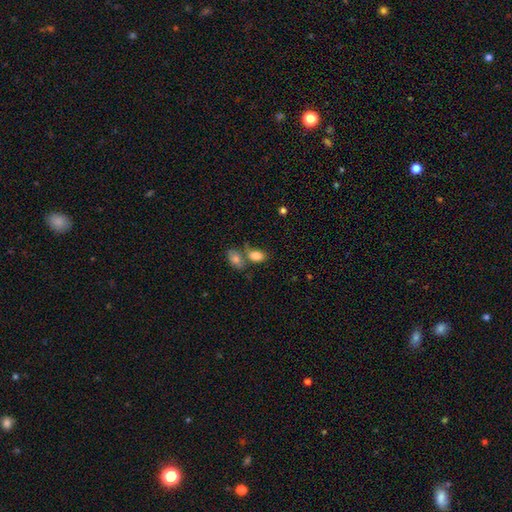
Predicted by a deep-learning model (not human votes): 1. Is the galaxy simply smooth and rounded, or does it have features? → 83% smooth, 9% star or artifact, 8% featured or disk.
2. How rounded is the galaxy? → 86% in between, 12% round, 2% cigar-shaped.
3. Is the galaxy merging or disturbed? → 44% none, 38% merger, 13% minor disturbance, 5% major disturbance.